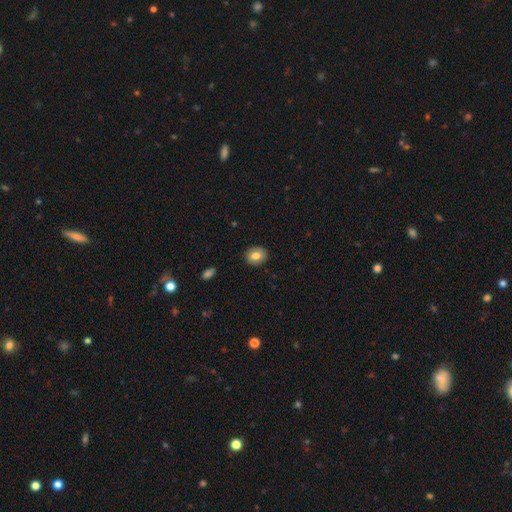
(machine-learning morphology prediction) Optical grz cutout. It shows a smooth galaxy with no disk features (75%) that is round (56%). Merging: none (88%).